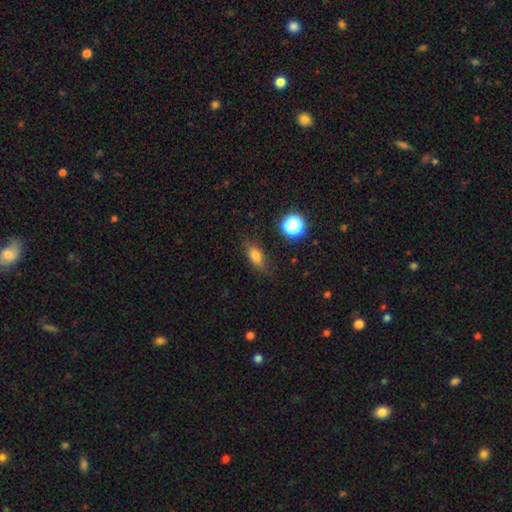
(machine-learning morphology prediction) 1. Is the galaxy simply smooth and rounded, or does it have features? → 76% smooth, 13% star or artifact, 11% featured or disk.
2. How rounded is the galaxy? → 77% in between, 13% cigar-shaped, 11% round.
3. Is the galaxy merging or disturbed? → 78% none, 16% minor disturbance, 4% major disturbance, 2% merger.